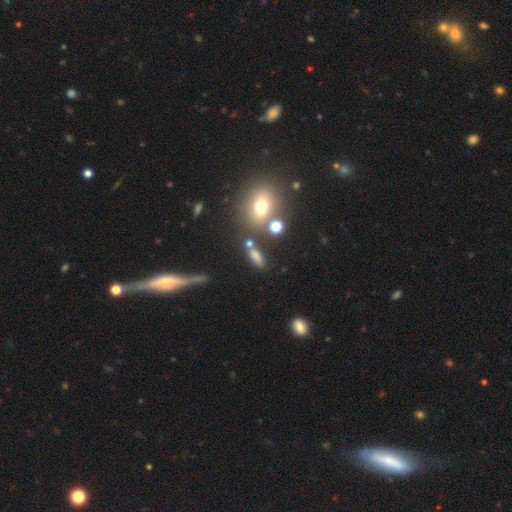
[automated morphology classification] smooth_or_featured: smooth (p=0.72) [alt: star or artifact p=0.16]
how_rounded: in between (p=0.54) [alt: cigar-shaped p=0.35]
merging: none (p=0.64) [alt: merger p=0.16]